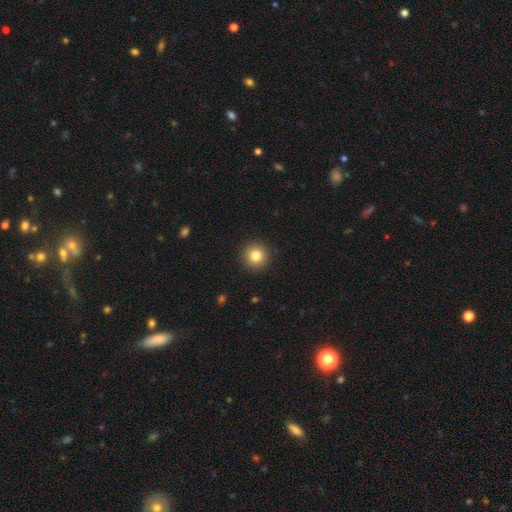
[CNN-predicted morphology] Smooth or featured?
  - smooth: 82% *
  - star or artifact: 11%
  - featured or disk: 7%
How rounded?
  - round: 95% *
  - in between: 4%
  - cigar-shaped: 1%
Merging?
  - none: 92% *
  - minor disturbance: 5%
  - major disturbance: 2%
  - merger: 1%